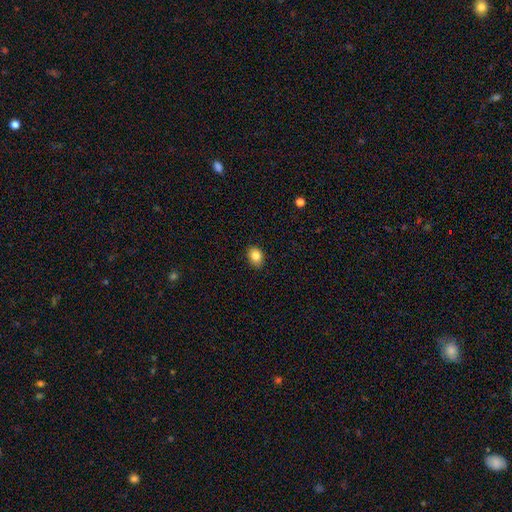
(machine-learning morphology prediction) type=smooth (84%); roundness=in between (57%); merging=none (89%).